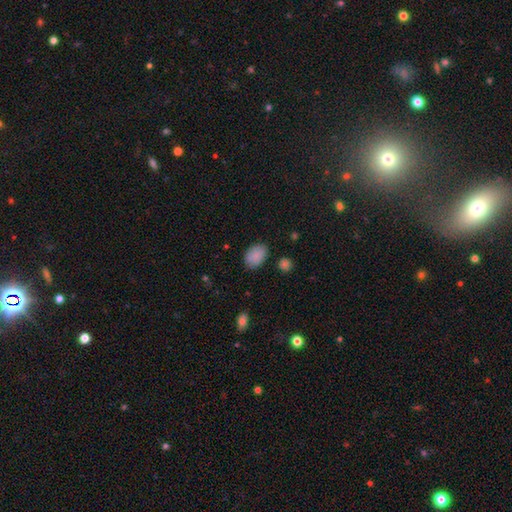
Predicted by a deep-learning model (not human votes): Smooth or featured: smooth — 88% (star or artifact — 8%)
How rounded: in between — 84% (round — 15%)
Merging: none — 82% (minor disturbance — 13%)